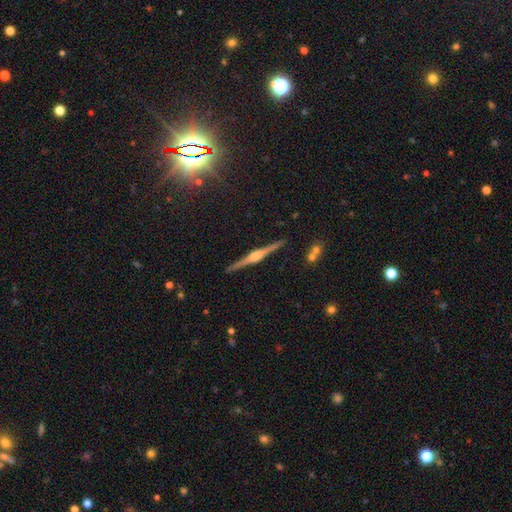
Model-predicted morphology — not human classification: A featured or disk galaxy (86%) viewed edge-on (98%) with a rounded central bulge (75%).

Vote fractions:
- Smooth or featured? featured or disk: 86% / smooth: 8% / star or artifact: 6%
- Edge-on disk? yes: 98% / no: 2%
- Edge-on bulge? rounded: 75% / boxy: 21% / none: 4%
- Merging? none: 90% / minor disturbance: 7% / merger: 1% / major disturbance: 1%